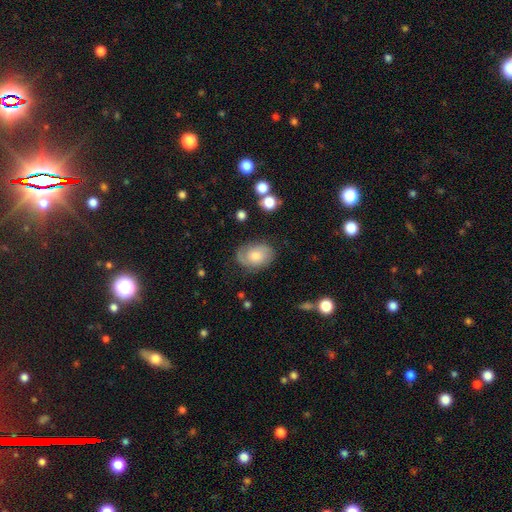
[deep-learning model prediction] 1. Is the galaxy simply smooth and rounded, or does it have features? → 47% smooth, 45% featured or disk, 8% star or artifact.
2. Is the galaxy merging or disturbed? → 72% none, 19% minor disturbance, 7% major disturbance, 2% merger.